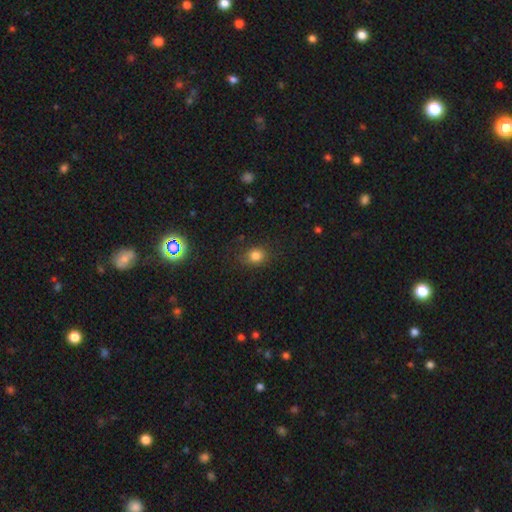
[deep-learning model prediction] Smooth or featured? Predicted: smooth (p=0.80). How rounded? Predicted: round (p=0.61). Merging? Predicted: none (p=0.80).